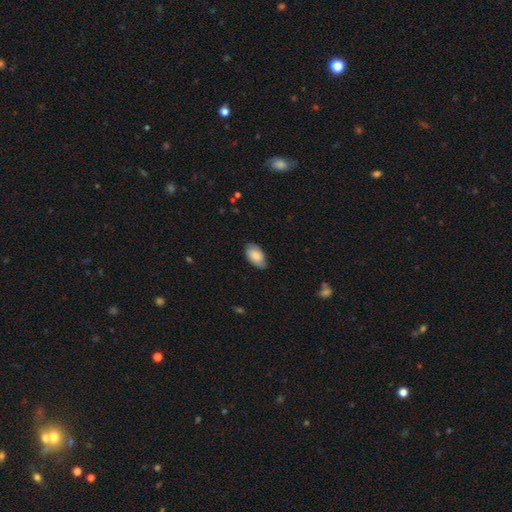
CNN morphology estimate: Smooth or featured? Predicted: smooth (p=0.81). How rounded? Predicted: in between (p=0.94). Merging? Predicted: none (p=0.78).